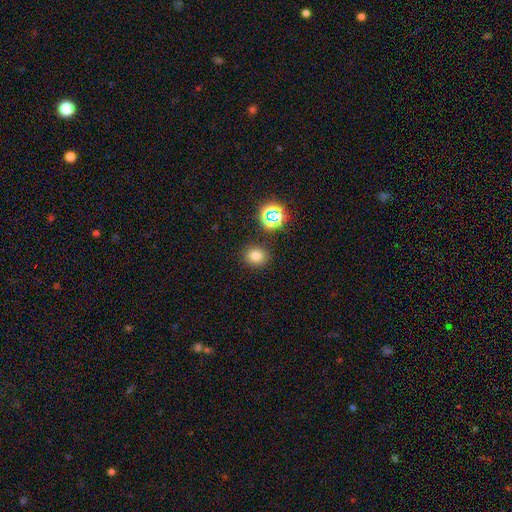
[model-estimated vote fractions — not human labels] Overall: smooth (76%). How rounded: round (72%). Merging: none (86%).